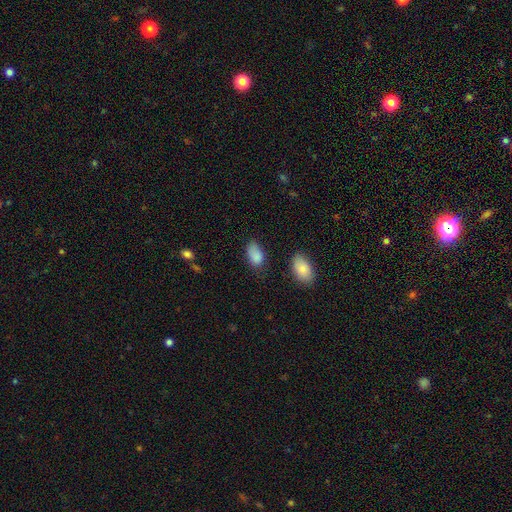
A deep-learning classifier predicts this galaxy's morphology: This is clearly a smooth galaxy (86%). How rounded: clearly in between (92%). Merging: possibly none (56%).